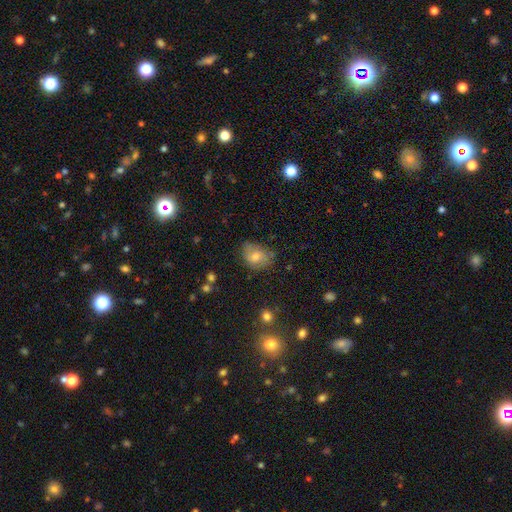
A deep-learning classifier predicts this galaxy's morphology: Smooth or featured?
  - smooth: 64% *
  - featured or disk: 24%
  - star or artifact: 12%
How rounded?
  - in between: 60% *
  - round: 39%
  - cigar-shaped: 1%
Merging?
  - none: 63% *
  - minor disturbance: 27%
  - major disturbance: 7%
  - merger: 2%